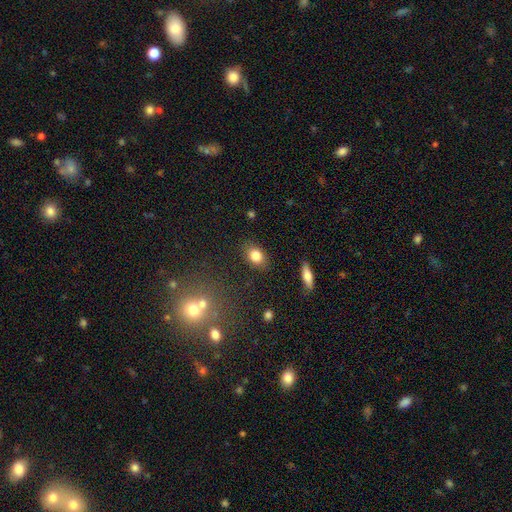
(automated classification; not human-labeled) Smooth or featured?
  - smooth: 82% *
  - star or artifact: 9%
  - featured or disk: 8%
How rounded?
  - in between: 71% *
  - round: 27%
  - cigar-shaped: 2%
Merging?
  - none: 84% *
  - minor disturbance: 11%
  - major disturbance: 3%
  - merger: 2%